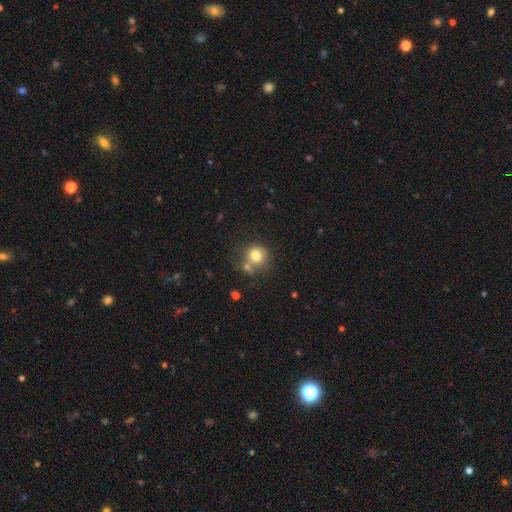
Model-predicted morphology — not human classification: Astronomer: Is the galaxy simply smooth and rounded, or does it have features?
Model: smooth — 79%.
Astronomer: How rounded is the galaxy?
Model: round — 83%.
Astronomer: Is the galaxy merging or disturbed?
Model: none — 56%.